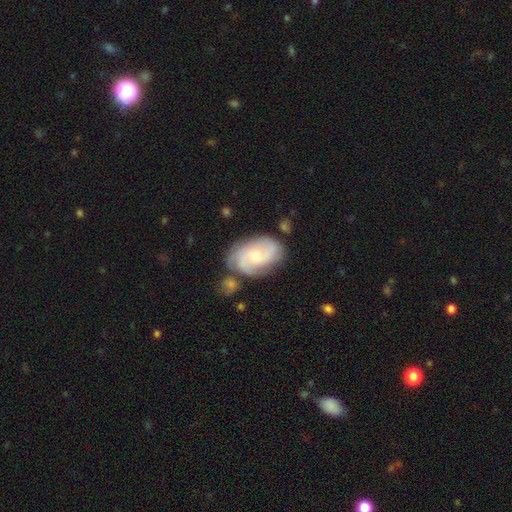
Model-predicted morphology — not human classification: featured or disk 68%, smooth 26%, star or artifact 6%. Down the decision tree: edge-on disk — no (97%); bar — no (61%); spiral arms — yes (92%); spiral arm count — 2 (41%); spiral winding — medium (44%); bulge size — small (47%); merging — none (62%).